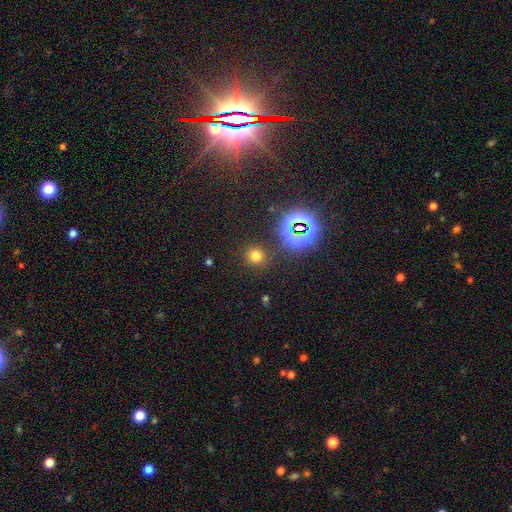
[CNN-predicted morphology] Smooth or featured? smooth (67%)
How rounded? round (87%)
Merging? none (86%)